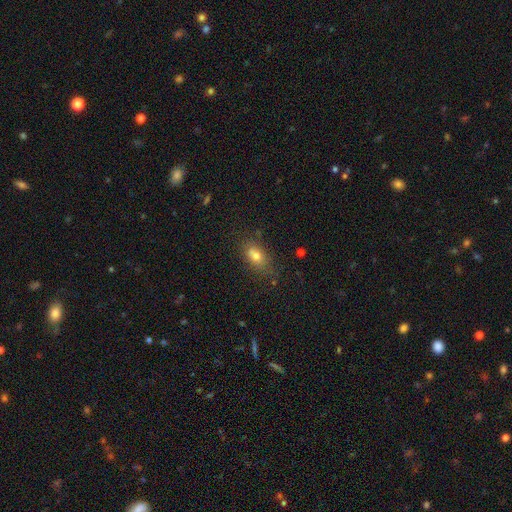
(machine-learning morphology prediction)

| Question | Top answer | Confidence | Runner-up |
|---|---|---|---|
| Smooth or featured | smooth | 72% | featured or disk (15%) |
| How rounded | in between | 78% | round (16%) |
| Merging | none | 63% | minor disturbance (19%) |